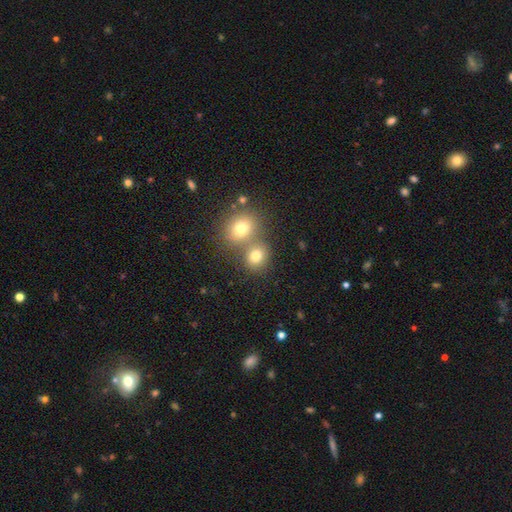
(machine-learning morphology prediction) The model was most divided on "merging": none: 51%, merger: 38%, minor disturbance: 8%, major disturbance: 3%. More confident: smooth or featured — smooth (76%); how rounded — round (71%).